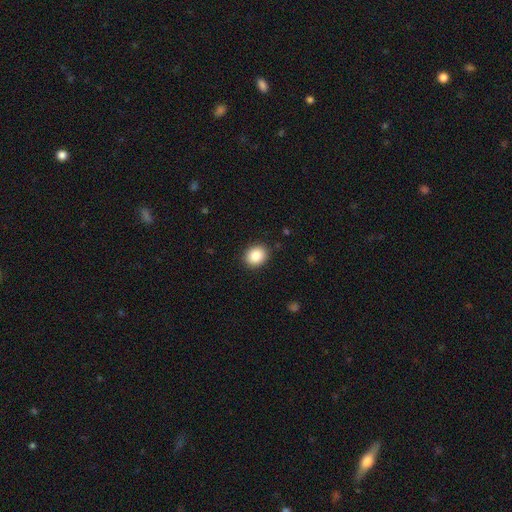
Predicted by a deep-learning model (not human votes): smooth_or_featured: smooth (p=0.86) [alt: star or artifact p=0.09]
how_rounded: round (p=0.61) [alt: in between p=0.39]
merging: none (p=0.89) [alt: minor disturbance p=0.07]